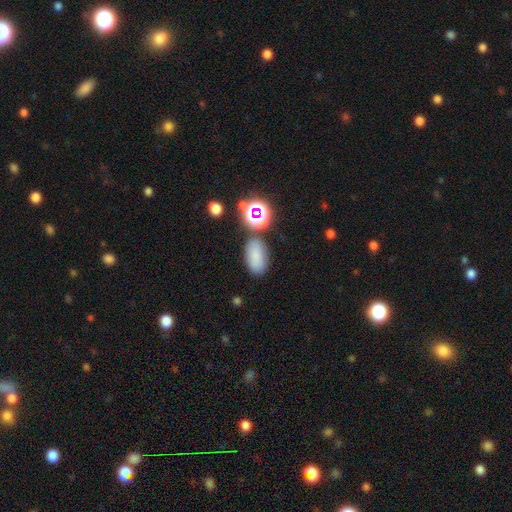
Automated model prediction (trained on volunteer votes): This appears to be a smooth galaxy with no disk features (73%) that is in between round and cigar-shaped (87%). Merging: none (73%).